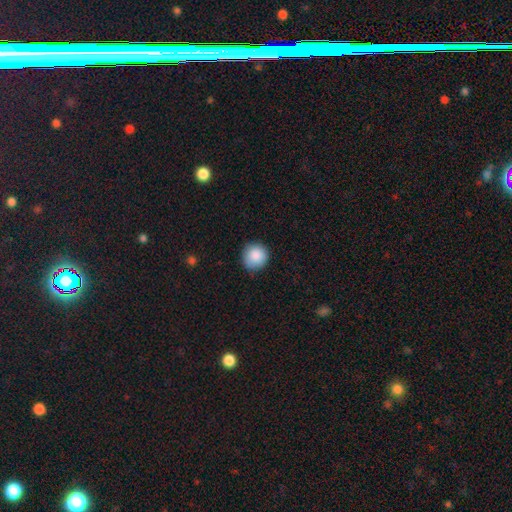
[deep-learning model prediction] Smooth or featured? smooth (88%)
How rounded? round (94%)
Merging? none (87%)